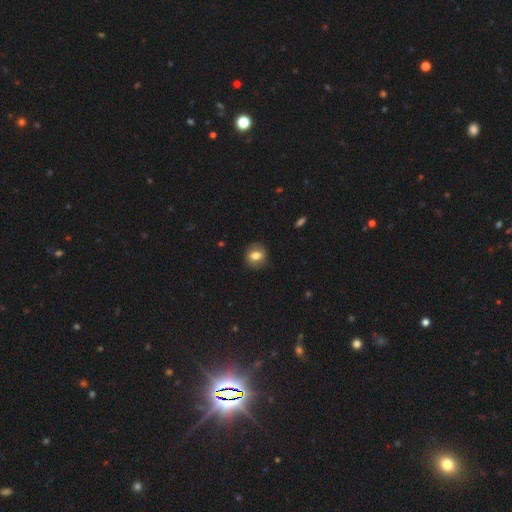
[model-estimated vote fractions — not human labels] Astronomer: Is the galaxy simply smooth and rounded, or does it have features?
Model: smooth — 74%.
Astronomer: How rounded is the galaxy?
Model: round — 69%.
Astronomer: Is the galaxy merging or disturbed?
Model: none — 86%.